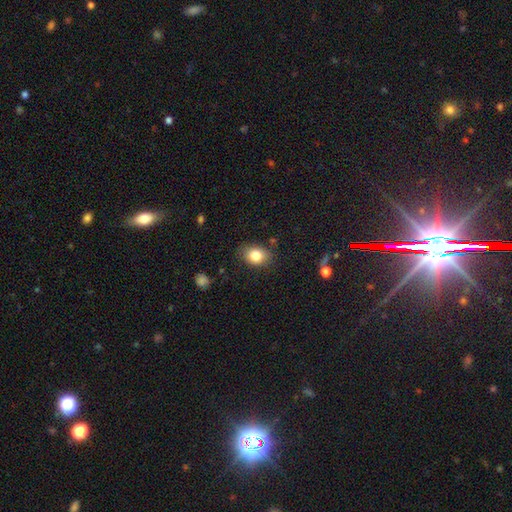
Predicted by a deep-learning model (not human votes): Smooth or featured: smooth — 83% (star or artifact — 9%)
How rounded: in between — 63% (round — 36%)
Merging: none — 81% (minor disturbance — 14%)